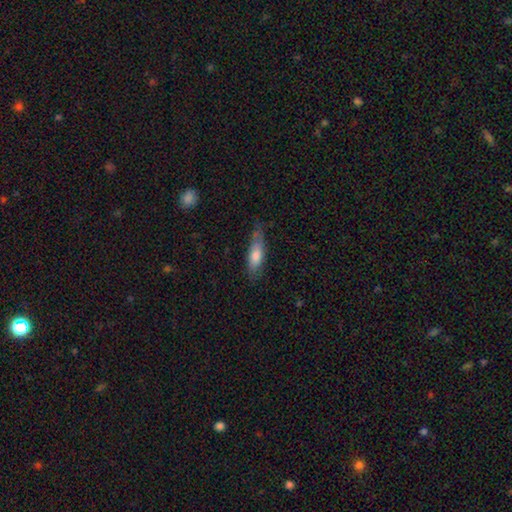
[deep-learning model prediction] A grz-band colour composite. It shows a smooth galaxy with no disk features (69%) that is cigar-shaped (55%). Merging: none (59%).